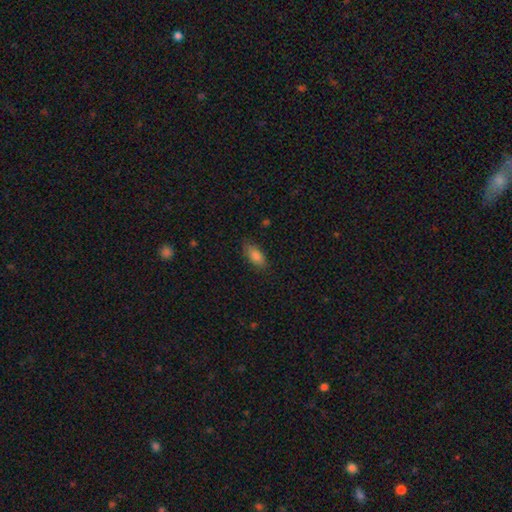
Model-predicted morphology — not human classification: This appears to be a smooth galaxy with no disk features (85%) that is in between round and cigar-shaped (89%). Merging: none (83%).